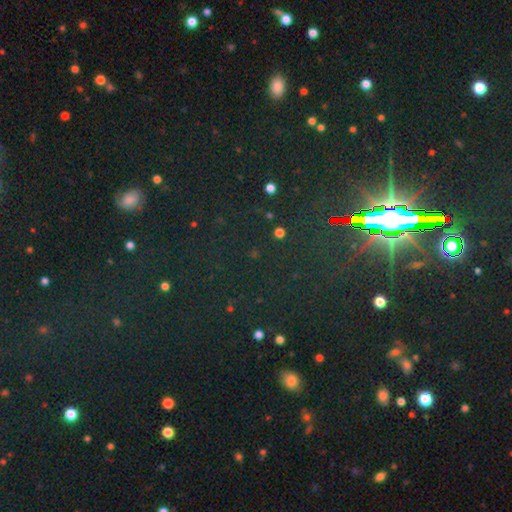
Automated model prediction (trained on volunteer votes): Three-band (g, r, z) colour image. It shows a star or artifact, not a galaxy (79%).